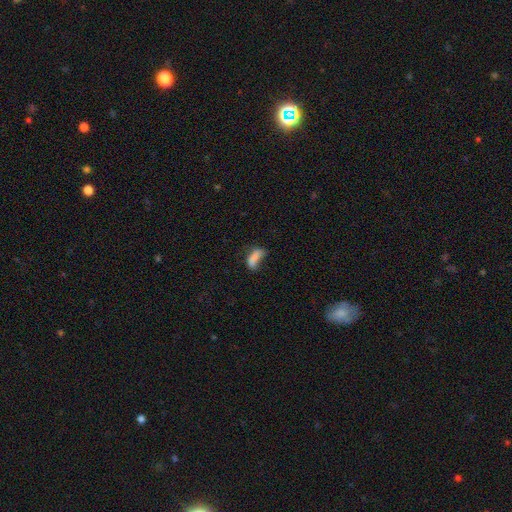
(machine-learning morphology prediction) smooth_or_featured: smooth (p=0.72) [alt: featured or disk p=0.16]
how_rounded: in between (p=0.72) [alt: cigar-shaped p=0.24]
merging: major disturbance (p=0.35) [alt: none p=0.30]